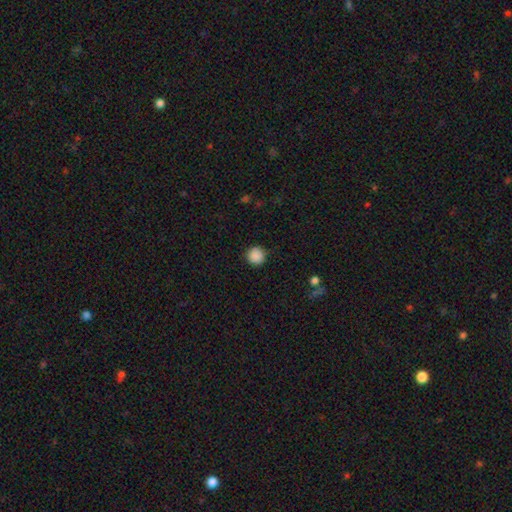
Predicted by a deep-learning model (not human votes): Smooth or featured? Predicted: smooth (p=0.88). How rounded? Predicted: round (p=0.95). Merging? Predicted: none (p=0.90).